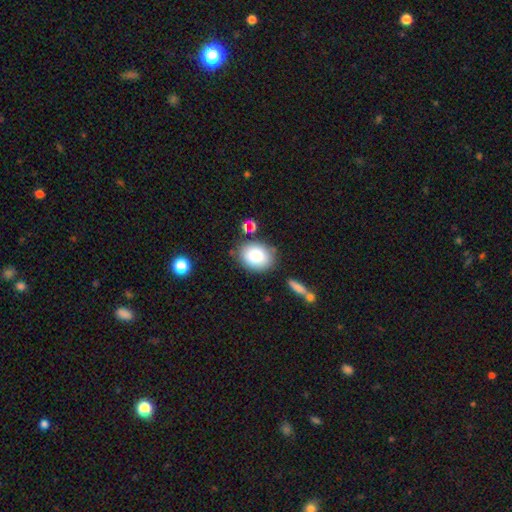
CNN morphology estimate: Smooth or featured?
  - smooth: 82% *
  - featured or disk: 10%
  - star or artifact: 8%
How rounded?
  - in between: 60% *
  - round: 38%
  - cigar-shaped: 1%
Merging?
  - none: 77% *
  - minor disturbance: 13%
  - merger: 6%
  - major disturbance: 4%